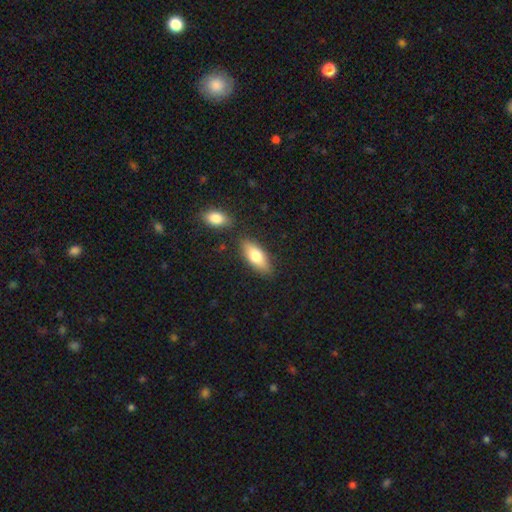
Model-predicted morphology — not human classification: Smooth or featured? Predicted: smooth (p=0.75). How rounded? Predicted: in between (p=0.79). Merging? Predicted: none (p=0.79).